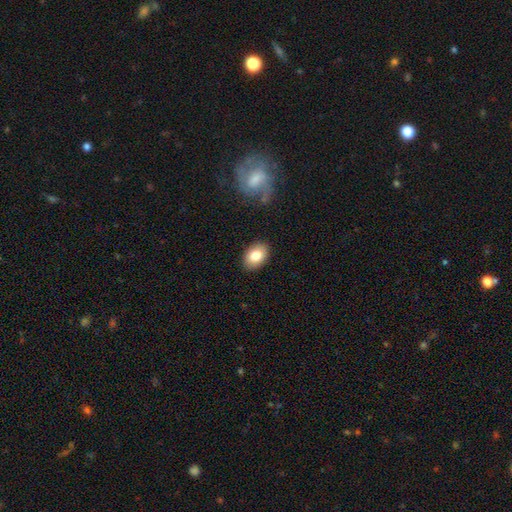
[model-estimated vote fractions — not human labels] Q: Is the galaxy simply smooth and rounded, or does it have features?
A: smooth — 82%.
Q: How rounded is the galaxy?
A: in between — 84%.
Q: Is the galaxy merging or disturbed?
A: none — 87%.